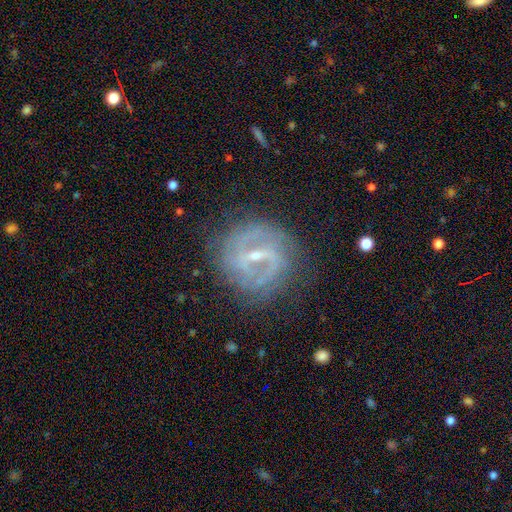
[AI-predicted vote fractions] featured or disk 85%, smooth 9%, star or artifact 7%. Down the decision tree: edge-on disk — no (95%); bar — strong (52%); spiral arms — yes (86%); spiral arm count — 2 (56%); spiral winding — tight (48%); bulge size — small (69%); merging — none (75%).